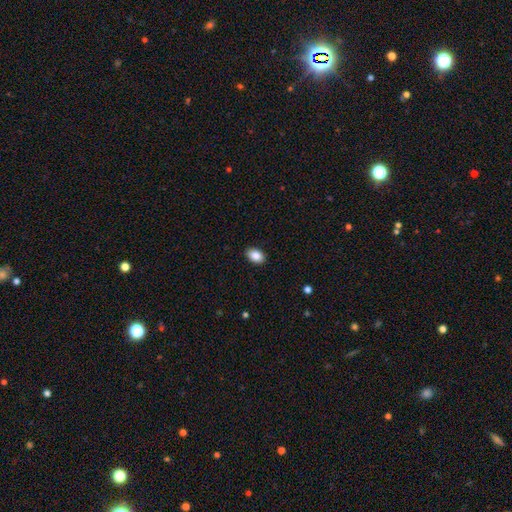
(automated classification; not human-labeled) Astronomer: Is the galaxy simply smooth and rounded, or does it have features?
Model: smooth — 87%.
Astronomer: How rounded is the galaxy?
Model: in between — 85%.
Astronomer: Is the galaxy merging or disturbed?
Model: none — 89%.